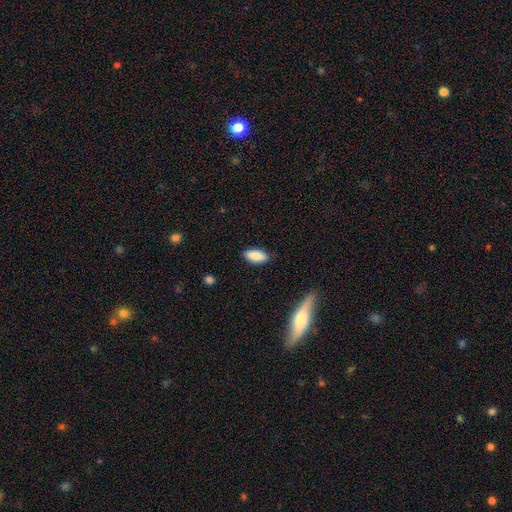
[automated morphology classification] smooth_or_featured: smooth (p=0.87) [alt: star or artifact p=0.07]
how_rounded: in between (p=0.89) [alt: cigar-shaped p=0.09]
merging: none (p=0.83) [alt: minor disturbance p=0.13]